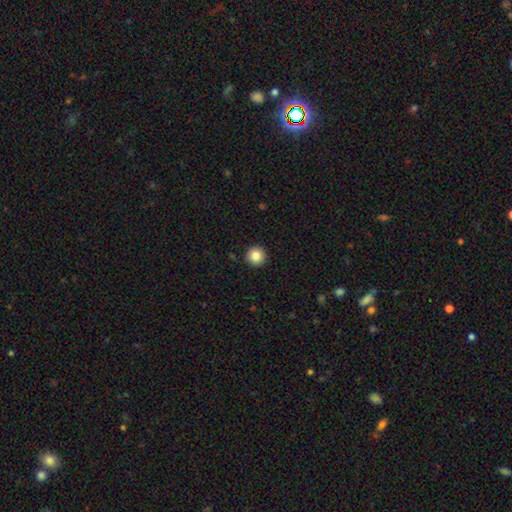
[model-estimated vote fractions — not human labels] Smooth or featured? Predicted: smooth (p=0.85). How rounded? Predicted: round (p=0.96). Merging? Predicted: none (p=0.93).